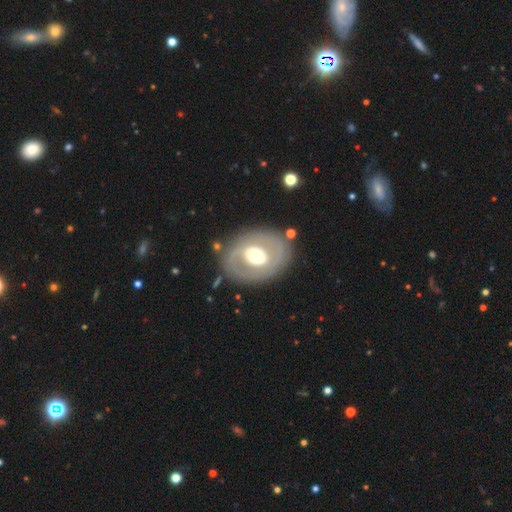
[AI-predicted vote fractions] Overall: featured or disk (62%; smooth 32%). Edge-on disk: no (95%). Bar: no (62%; weak 25%). Spiral arms: no (70%; yes 30%). Bulge size: moderate (57%; large 32%). Merging: none (78%).